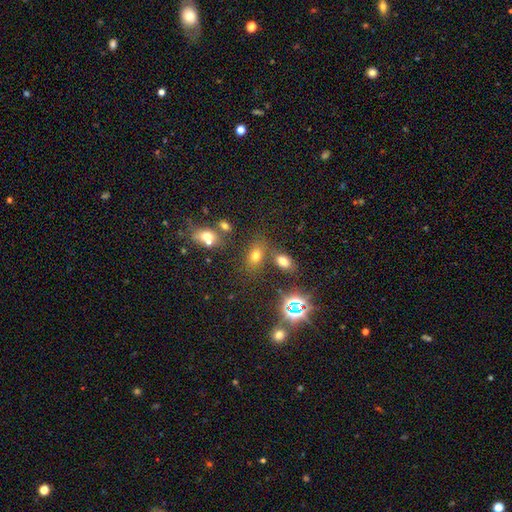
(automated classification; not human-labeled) Q: Smooth or featured?
A: smooth (64%); runner-up: star or artifact (25%)
Q: How rounded?
A: in between (79%); runner-up: round (18%)
Q: Merging?
A: none (67%); runner-up: merger (16%)